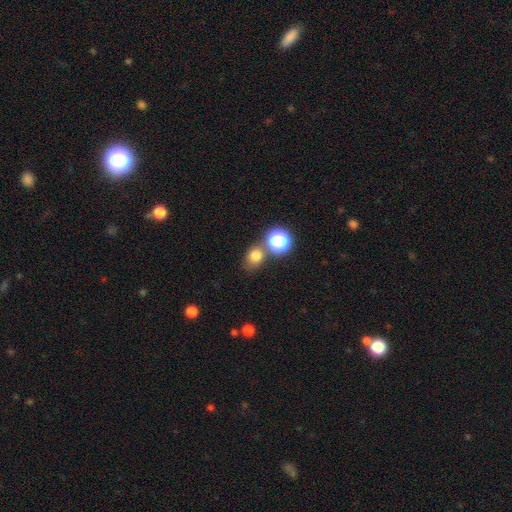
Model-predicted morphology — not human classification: This appears to be a smooth galaxy with no disk features (75%) that is round (56%). Merging: none (64%).